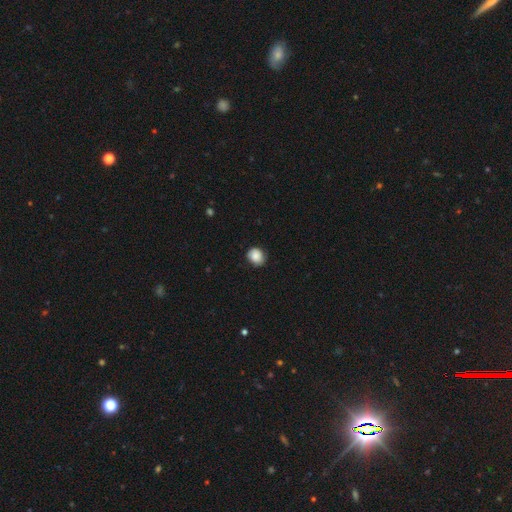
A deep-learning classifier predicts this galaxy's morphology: smooth-or-featured: smooth: 84% | star or artifact: 8% | featured or disk: 8%
  how-rounded: round: 75% | in between: 24% | cigar-shaped: 1%
  merging: none: 78% | minor disturbance: 17% | major disturbance: 3% | merger: 1%